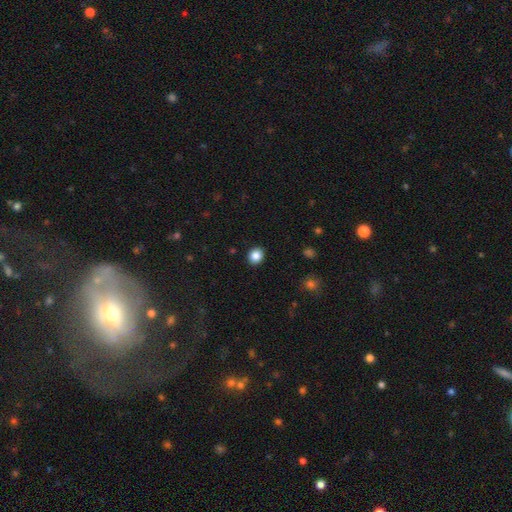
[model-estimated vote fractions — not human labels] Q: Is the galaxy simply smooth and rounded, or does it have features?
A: smooth — 86%.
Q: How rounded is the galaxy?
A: round — 73%.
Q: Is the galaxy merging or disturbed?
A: none — 91%.